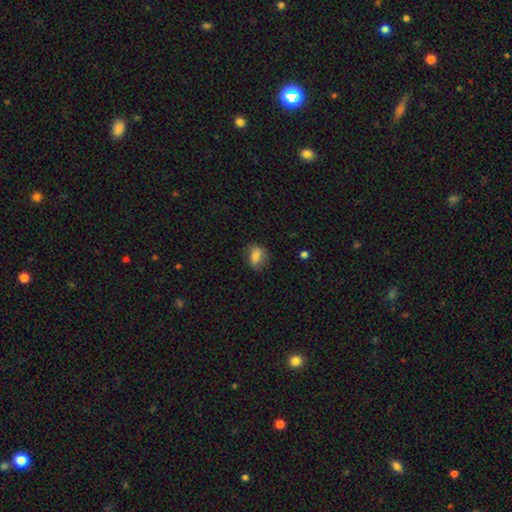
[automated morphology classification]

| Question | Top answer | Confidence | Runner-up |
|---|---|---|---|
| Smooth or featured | smooth | 80% | featured or disk (11%) |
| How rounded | in between | 64% | round (34%) |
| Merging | none | 72% | minor disturbance (21%) |